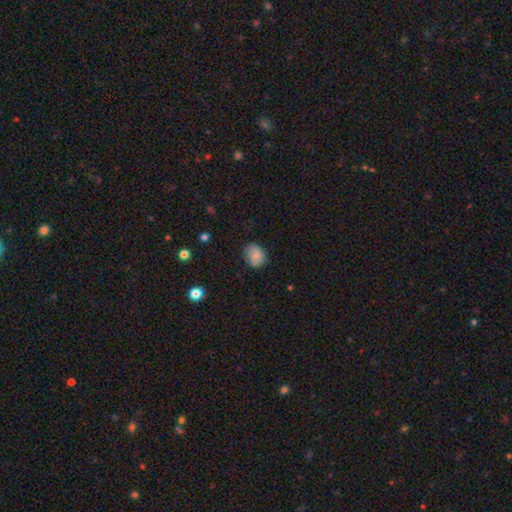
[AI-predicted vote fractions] smooth-or-featured: smooth: 80% | featured or disk: 11% | star or artifact: 9%
  how-rounded: in between: 58% | round: 41% | cigar-shaped: 1%
  merging: none: 71% | minor disturbance: 23% | major disturbance: 5% | merger: 1%